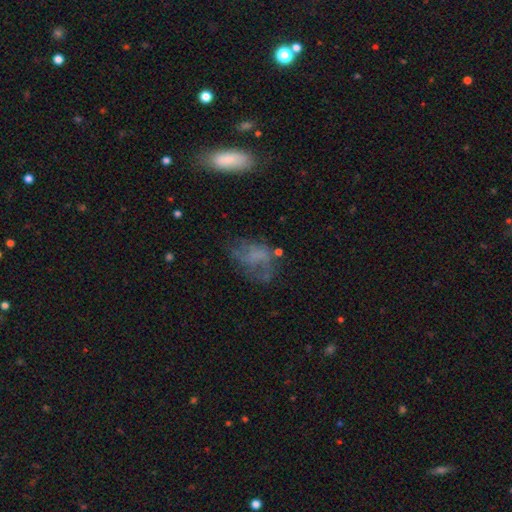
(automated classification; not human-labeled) smooth 45%, featured or disk 41%, star or artifact 15%. Down the decision tree: merging — none (41%).